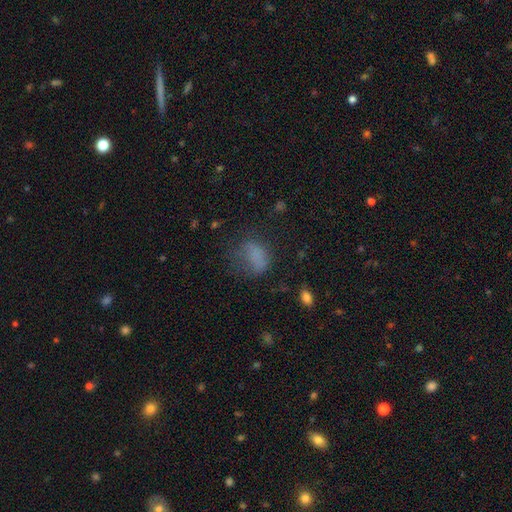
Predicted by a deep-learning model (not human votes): Smooth or featured? Predicted: smooth (p=0.70). How rounded? Predicted: in between (p=0.73). Merging? Predicted: none (p=0.40).